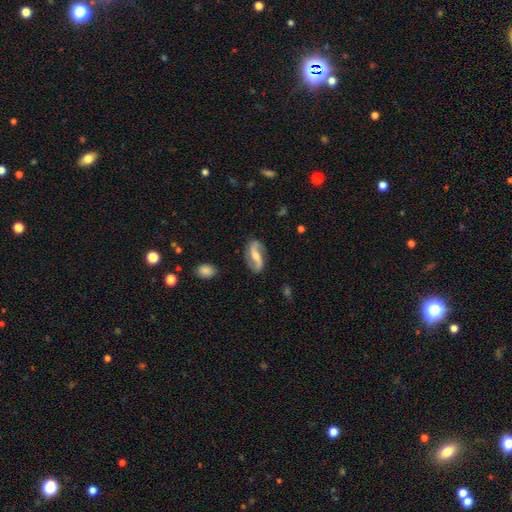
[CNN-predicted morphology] Overall: featured or disk (83%). Edge-on disk: no (96%). Bar: weak (37%; no 34%). Spiral arms: yes (96%). Spiral arm count: 2 (93%). Spiral winding: loose (66%; medium 26%). Bulge size: moderate (51%; small 34%). Merging: none (83%).